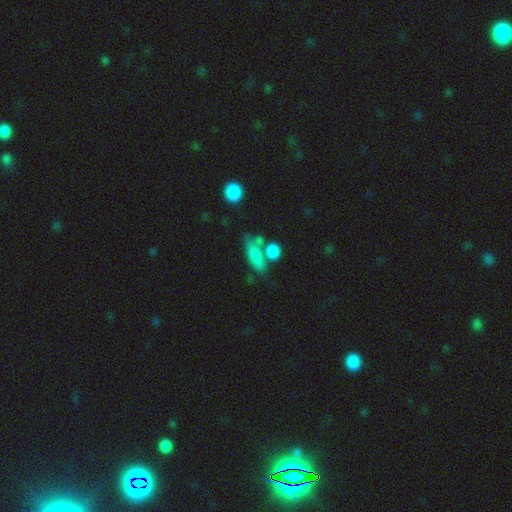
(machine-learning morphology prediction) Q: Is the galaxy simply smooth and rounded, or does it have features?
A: smooth — 78%.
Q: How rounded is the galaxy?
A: in between — 56%.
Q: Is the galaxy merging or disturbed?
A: none — 51%.